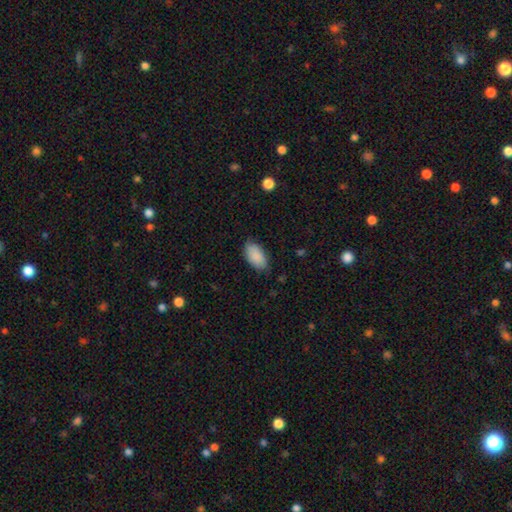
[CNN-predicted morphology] A smooth galaxy with no disk features (89%) that is in between round and cigar-shaped (95%). Merging: none (77%).